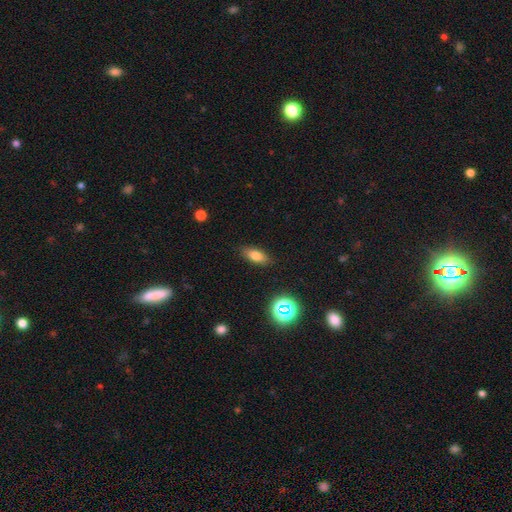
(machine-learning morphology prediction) smooth-or-featured: smooth: 76% | star or artifact: 12% | featured or disk: 12%
  how-rounded: in between: 79% | cigar-shaped: 15% | round: 6%
  merging: none: 86% | minor disturbance: 10% | major disturbance: 3% | merger: 1%